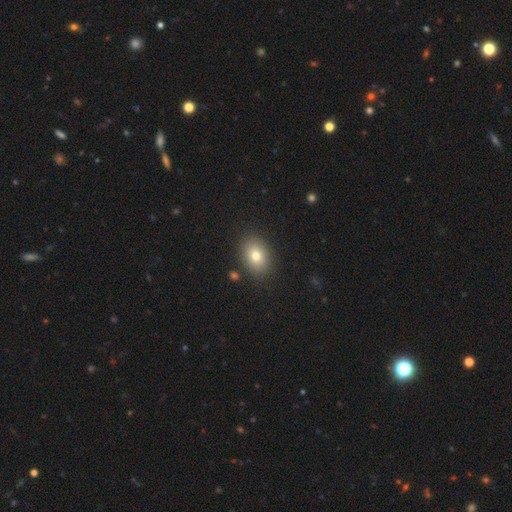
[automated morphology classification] This is likely a smooth galaxy (79%). How rounded: likely in between (72%). Merging: clearly none (87%).